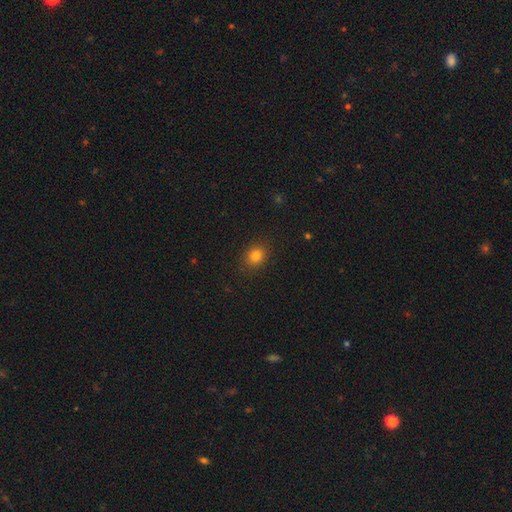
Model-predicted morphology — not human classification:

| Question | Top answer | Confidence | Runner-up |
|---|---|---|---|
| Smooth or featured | smooth | 82% | star or artifact (12%) |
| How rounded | round | 59% | in between (40%) |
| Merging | none | 88% | minor disturbance (8%) |